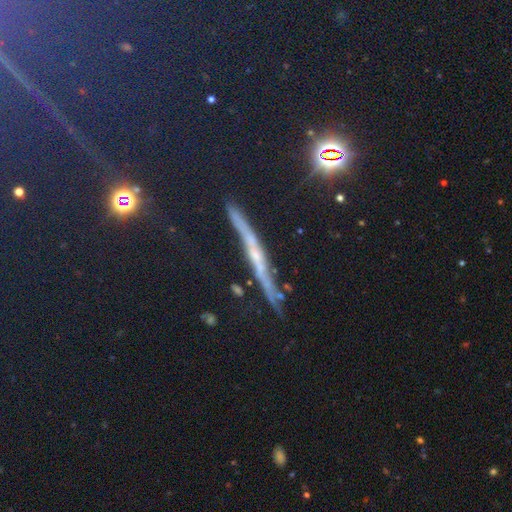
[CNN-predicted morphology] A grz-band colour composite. It shows a featured or disk galaxy (49%). Merging: none (81%).